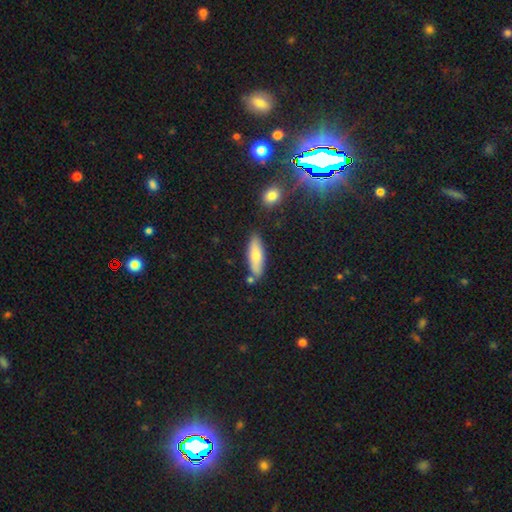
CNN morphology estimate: Q: Smooth or featured?
A: smooth (74%); runner-up: featured or disk (20%)
Q: How rounded?
A: in between (52%); runner-up: cigar-shaped (46%)
Q: Merging?
A: none (76%); runner-up: minor disturbance (14%)